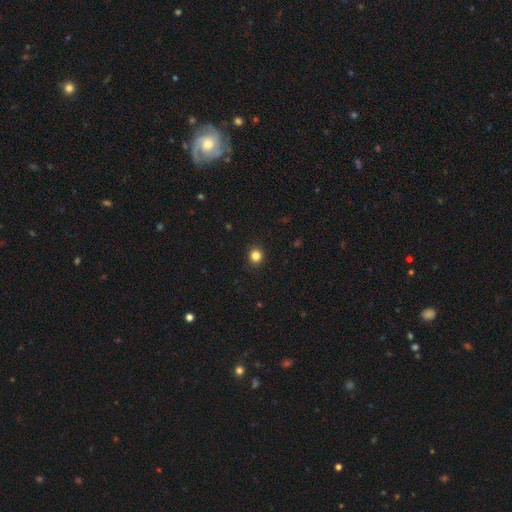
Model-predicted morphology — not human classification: This appears to be a smooth galaxy with no disk features (84%) that is round (87%). Merging: none (92%).